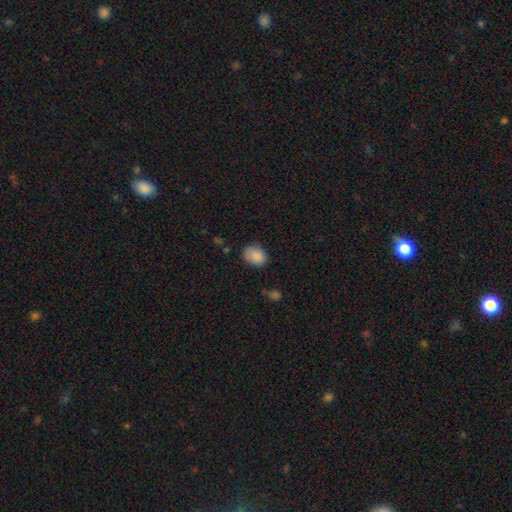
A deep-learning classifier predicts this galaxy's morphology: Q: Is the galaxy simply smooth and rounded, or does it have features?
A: smooth — 87%.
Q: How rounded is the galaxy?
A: in between — 63%.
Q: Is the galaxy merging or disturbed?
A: none — 73%.